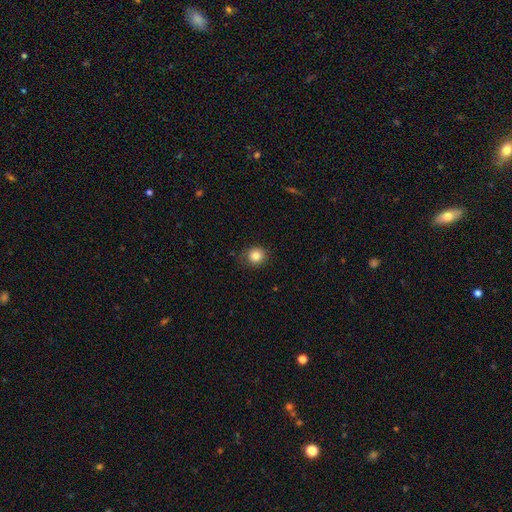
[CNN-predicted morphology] Q: Smooth or featured?
A: smooth (84%); runner-up: star or artifact (11%)
Q: How rounded?
A: round (83%); runner-up: in between (16%)
Q: Merging?
A: none (82%); runner-up: minor disturbance (14%)